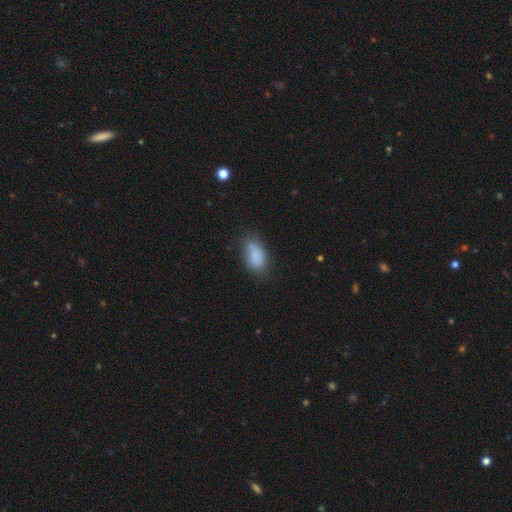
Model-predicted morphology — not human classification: This appears to be a smooth galaxy with no disk features (81%) that is in between round and cigar-shaped (89%). Merging: none (59%).